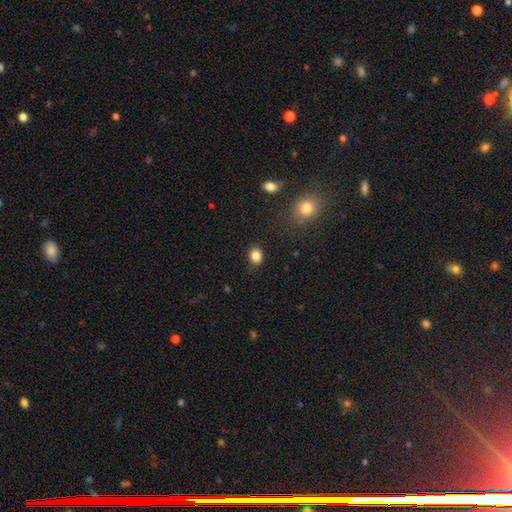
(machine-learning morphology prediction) smooth 85%, star or artifact 11%, featured or disk 4%. Down the decision tree: how rounded — round (59%); merging — none (86%).